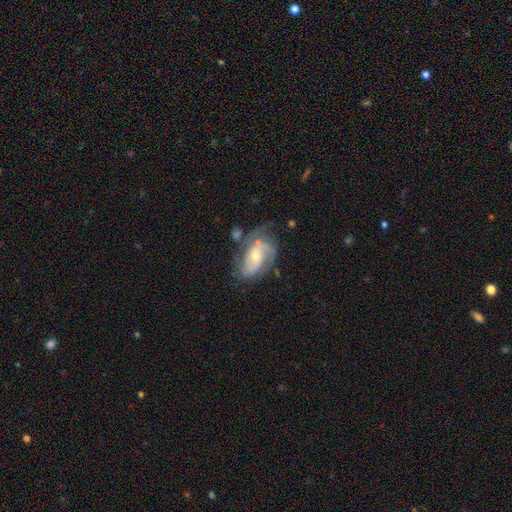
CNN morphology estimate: Q: Smooth or featured?
A: featured or disk (76%); runner-up: smooth (17%)
Q: Edge-on disk?
A: no (96%); runner-up: yes (4%)
Q: Bar?
A: no (50%); runner-up: weak (39%)
Q: Spiral arms?
A: yes (88%); runner-up: no (12%)
Q: Spiral winding?
A: medium (44%); runner-up: tight (35%)
Q: Spiral arm count?
A: 2 (53%); runner-up: can't tell (24%)
Q: Bulge size?
A: small (47%); runner-up: moderate (46%)
Q: Merging?
A: none (48%); runner-up: minor disturbance (24%)